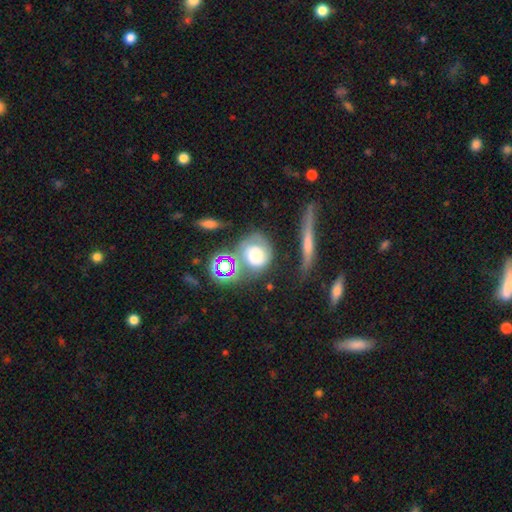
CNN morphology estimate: A smooth galaxy with no disk features (53%) that is round (73%).

Vote fractions:
- Smooth or featured? smooth: 53% / featured or disk: 31% / star or artifact: 16%
- How rounded? round: 73% / in between: 24% / cigar-shaped: 3%
- Merging? none: 43% / merger: 21% / minor disturbance: 20% / major disturbance: 16%